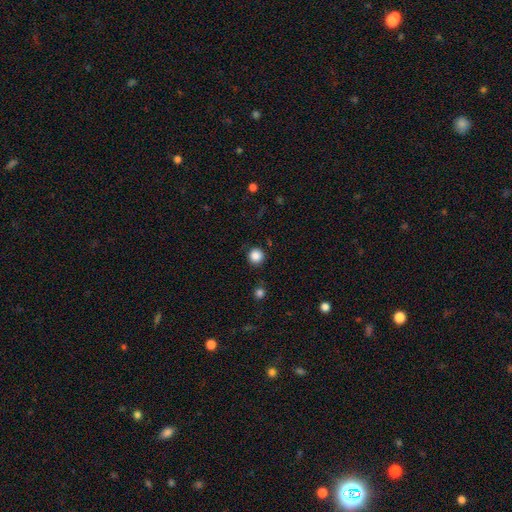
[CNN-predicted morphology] A smooth galaxy with no disk features (86%) that is round (95%). Merging: none (90%).